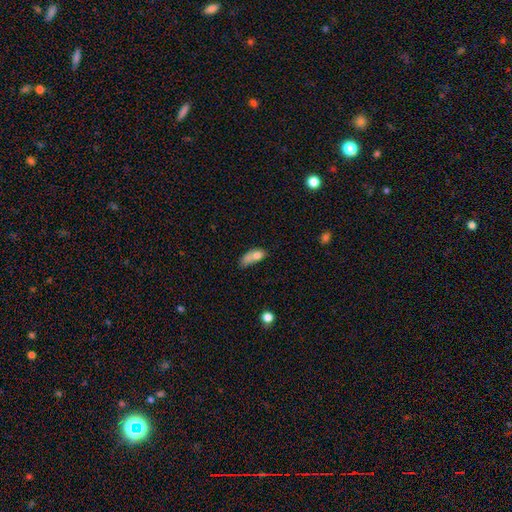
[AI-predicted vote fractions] This appears to be a smooth galaxy with no disk features (71%) that is in between round and cigar-shaped (77%). Merging: merger (34%).